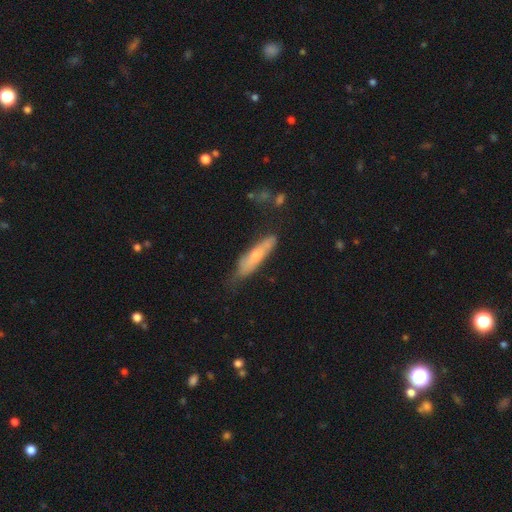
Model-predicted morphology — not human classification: Smooth or featured: smooth — 61% (featured or disk — 33%)
How rounded: cigar-shaped — 80% (in between — 18%)
Merging: none — 63% (minor disturbance — 28%)